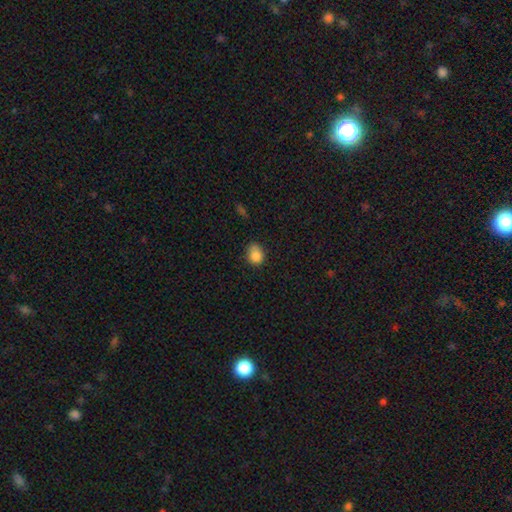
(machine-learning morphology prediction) A smooth galaxy with no disk features (84%) that is round (66%). Merging: none (55%).